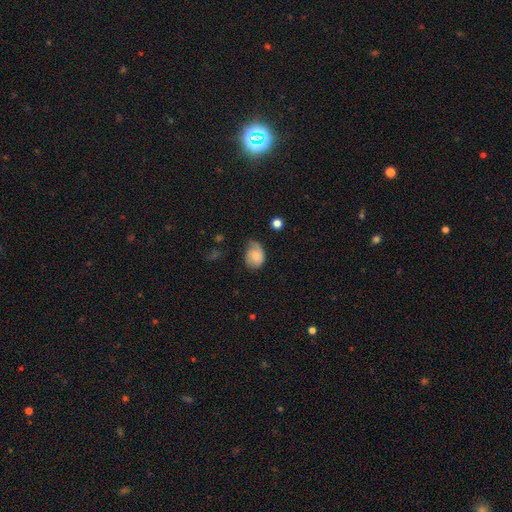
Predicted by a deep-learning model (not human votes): Morphology: type=smooth (64%); roundness=in between (59%); merging=none (44%).